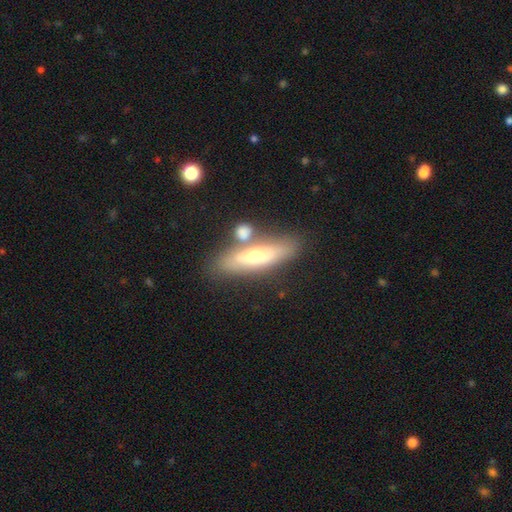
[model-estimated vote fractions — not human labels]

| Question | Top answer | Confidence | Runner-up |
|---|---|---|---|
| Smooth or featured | smooth | 51% | featured or disk (42%) |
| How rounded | cigar-shaped | 66% | in between (32%) |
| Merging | none | 66% | merger (17%) |